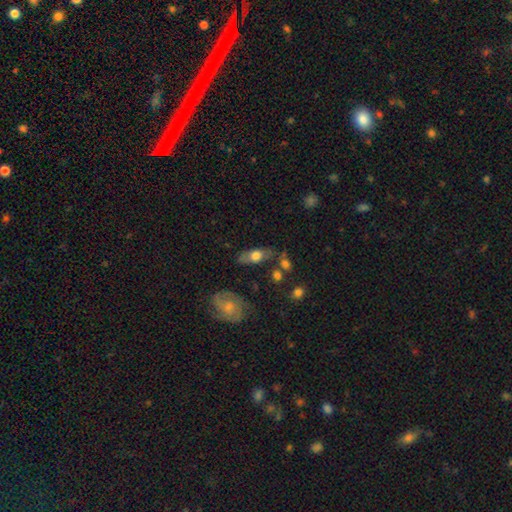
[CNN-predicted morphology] A smooth galaxy with no disk features (61%) that is in between round and cigar-shaped (78%). Merging: none (66%).